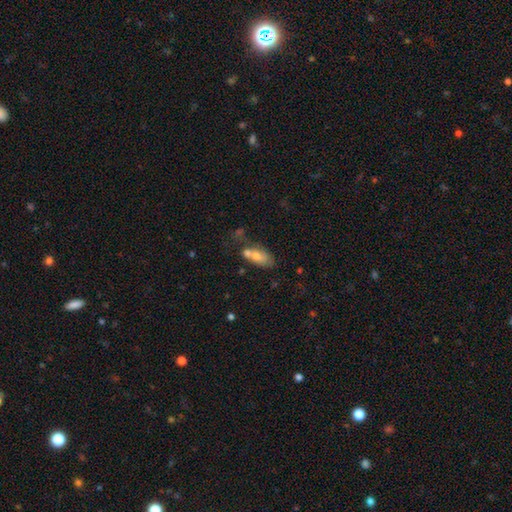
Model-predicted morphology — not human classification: This appears to be a smooth galaxy with no disk features (68%) that is in between round and cigar-shaped (82%). Merging: merger (44%).